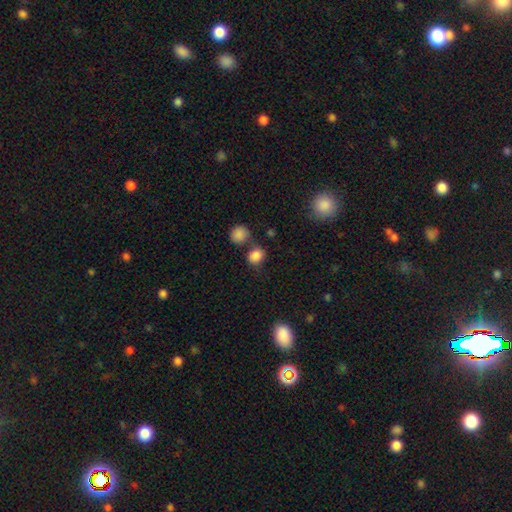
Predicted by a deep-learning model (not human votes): A smooth galaxy with no disk features (85%) that is round (65%).

Vote fractions:
- Smooth or featured? smooth: 85% / star or artifact: 11% / featured or disk: 5%
- How rounded? round: 65% / in between: 34% / cigar-shaped: 1%
- Merging? none: 63% / merger: 19% / minor disturbance: 14% / major disturbance: 5%